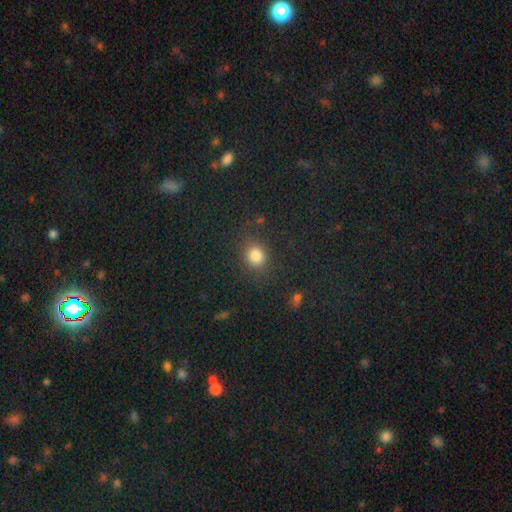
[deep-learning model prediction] Smooth or featured: smooth — 81% (star or artifact — 14%)
How rounded: round — 75% (in between — 24%)
Merging: none — 81% (minor disturbance — 11%)